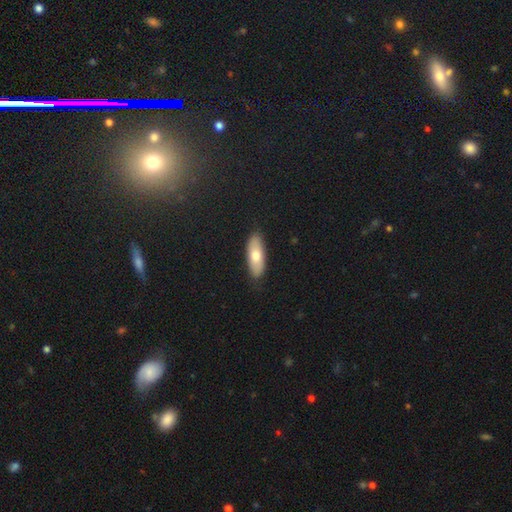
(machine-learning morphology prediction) type=smooth (71%); roundness=in between (73%); merging=none (86%).